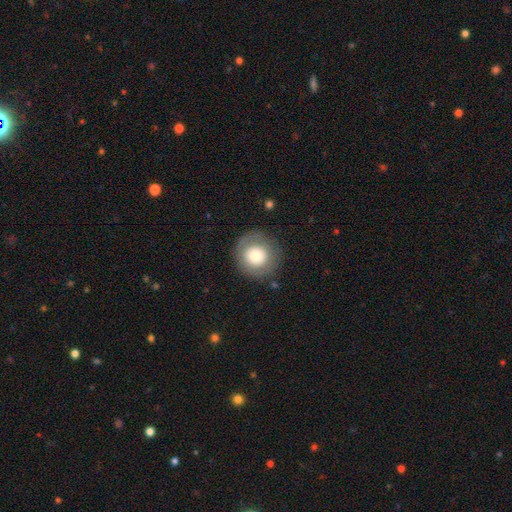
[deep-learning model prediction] A smooth galaxy with no disk features (70%) that is round (93%).

Vote fractions:
- Smooth or featured? smooth: 70% / featured or disk: 21% / star or artifact: 9%
- How rounded? round: 93% / in between: 6% / cigar-shaped: 1%
- Merging? none: 83% / minor disturbance: 11% / major disturbance: 5% / merger: 2%